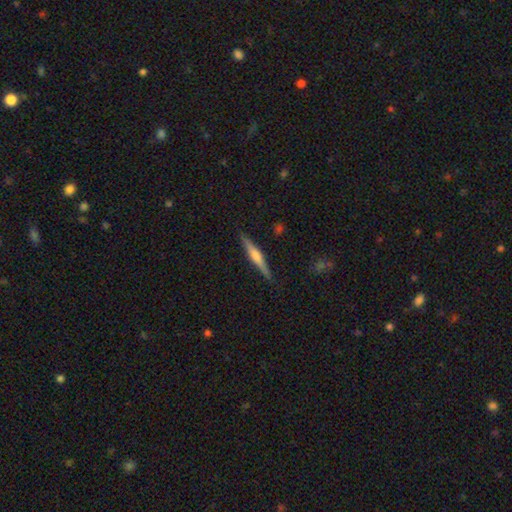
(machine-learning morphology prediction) Smooth or featured? Predicted: featured or disk (p=0.59). Edge-on disk? Predicted: yes (p=0.98). Edge-on bulge? Predicted: rounded (p=0.68). Merging? Predicted: none (p=0.90).